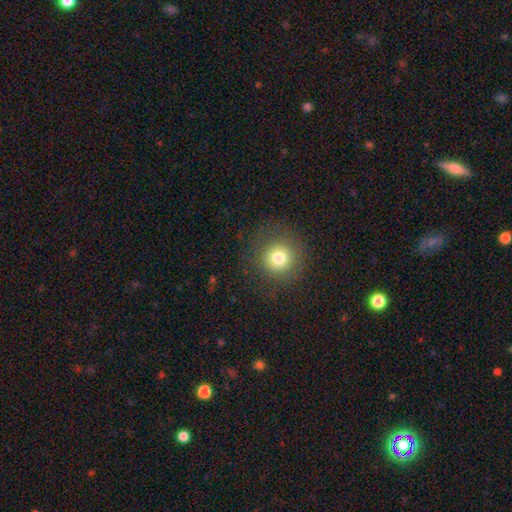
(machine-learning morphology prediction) Smooth or featured? Predicted: smooth (p=0.67). How rounded? Predicted: round (p=0.95). Merging? Predicted: none (p=0.90).